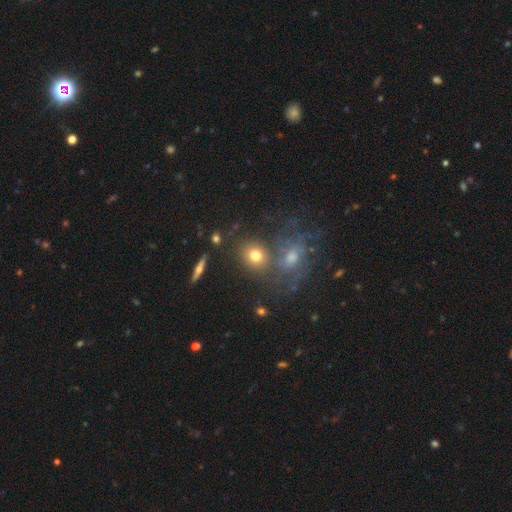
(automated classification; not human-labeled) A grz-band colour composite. It shows a smooth galaxy with no disk features (70%) that is round (70%). Merging: none (66%).